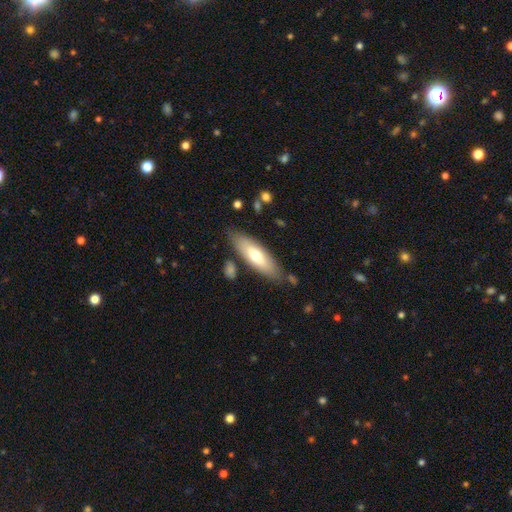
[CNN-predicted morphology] smooth 64%, featured or disk 31%, star or artifact 6%. Down the decision tree: how rounded — in between (54%); merging — none (80%).